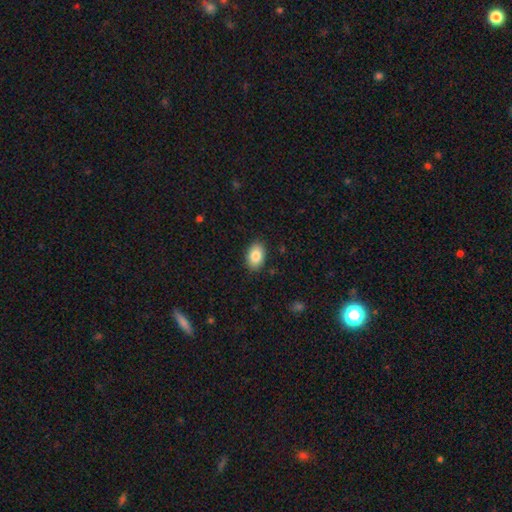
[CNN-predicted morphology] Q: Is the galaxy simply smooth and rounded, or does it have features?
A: smooth — 86%.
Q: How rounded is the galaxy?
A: in between — 87%.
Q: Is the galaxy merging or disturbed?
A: none — 88%.